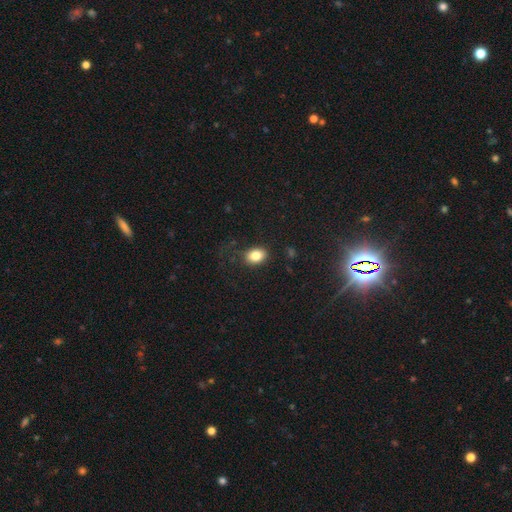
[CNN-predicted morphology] Smooth or featured: smooth — 83% (star or artifact — 9%)
How rounded: in between — 75% (round — 24%)
Merging: none — 79% (minor disturbance — 13%)